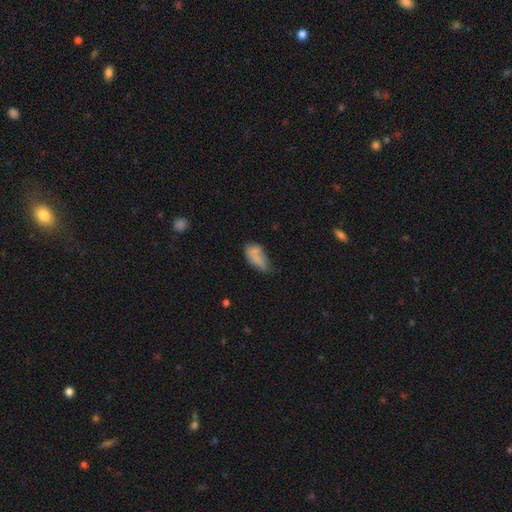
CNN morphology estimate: Smooth or featured? smooth (74%)
How rounded? in between (89%)
Merging? minor disturbance (39%)